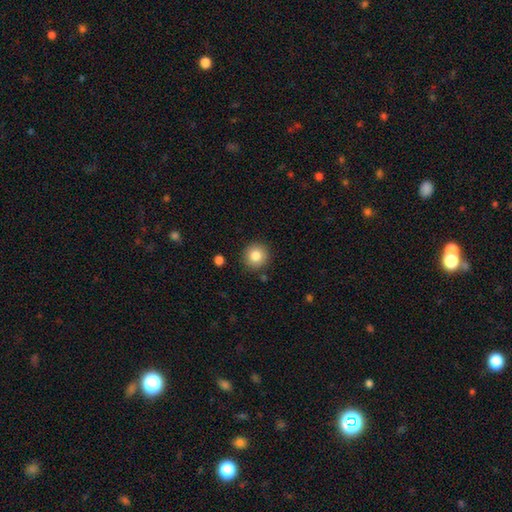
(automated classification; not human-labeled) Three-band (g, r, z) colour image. It shows a smooth galaxy with no disk features (83%) that is round (93%). Merging: none (89%).